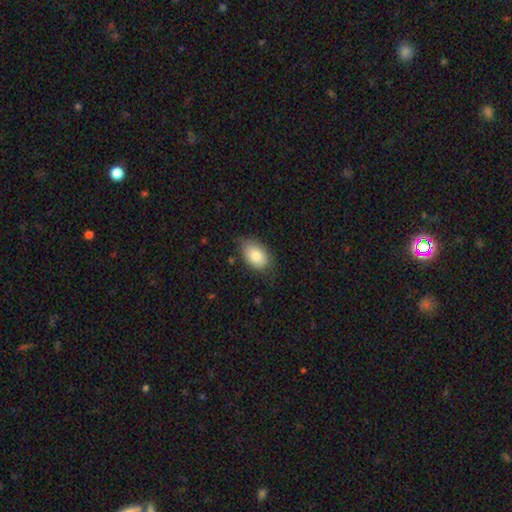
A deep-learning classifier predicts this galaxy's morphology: Smooth or featured: smooth — 82% (featured or disk — 11%)
How rounded: in between — 90% (round — 9%)
Merging: none — 71% (minor disturbance — 23%)